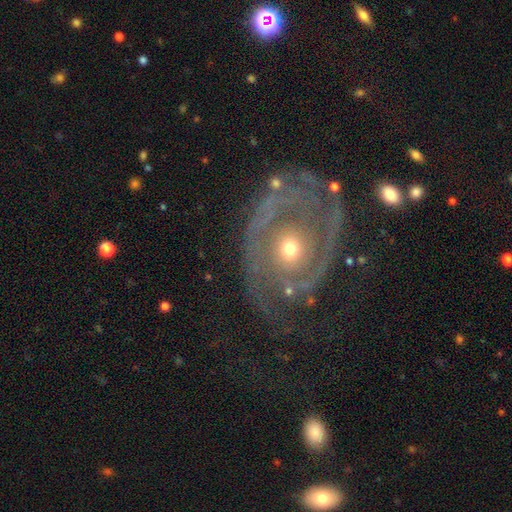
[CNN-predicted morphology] Q: Smooth or featured?
A: featured or disk (86%); runner-up: smooth (7%)
Q: Edge-on disk?
A: no (97%); runner-up: yes (3%)
Q: Bar?
A: no (82%); runner-up: weak (13%)
Q: Spiral arms?
A: yes (90%); runner-up: no (10%)
Q: Spiral winding?
A: tight (58%); runner-up: medium (31%)
Q: Spiral arm count?
A: 2 (54%); runner-up: can't tell (19%)
Q: Bulge size?
A: moderate (50%); runner-up: small (46%)
Q: Merging?
A: none (62%); runner-up: minor disturbance (19%)